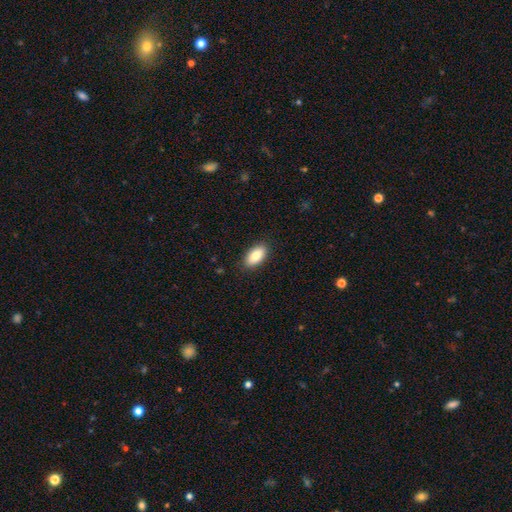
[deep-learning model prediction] This appears to be a smooth galaxy with no disk features (85%) that is in between round and cigar-shaped (92%). Merging: none (88%).